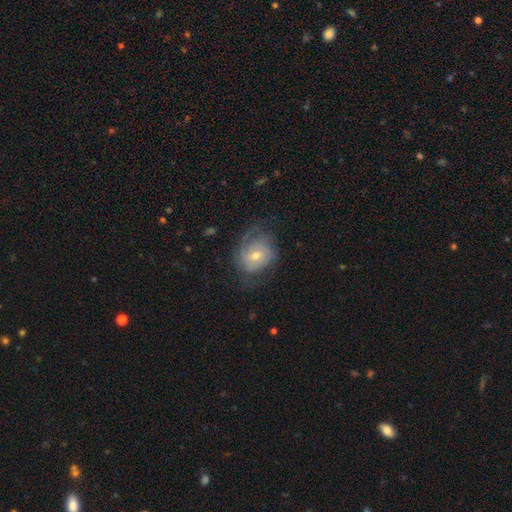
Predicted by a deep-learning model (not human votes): smooth-or-featured: featured or disk: 59% | smooth: 34% | star or artifact: 8%
  disk-edge-on: no: 97% | yes: 3%
    bar: no: 67% | weak: 28% | strong: 5%
    has-spiral-arms: yes: 76% | no: 24%
    bulge-size: moderate: 60% | small: 35% | large: 3% | none: 1% | dominant: 1%
  merging: none: 54% | minor disturbance: 26% | major disturbance: 19% | merger: 1%